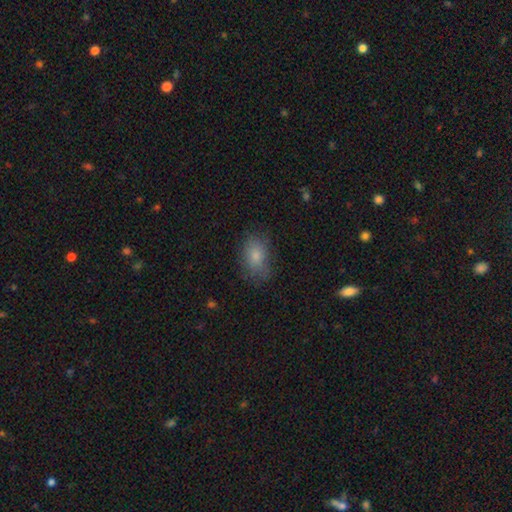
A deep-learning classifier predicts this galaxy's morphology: This appears to be a smooth galaxy with no disk features (80%) that is in between round and cigar-shaped (82%). Merging: none (70%).